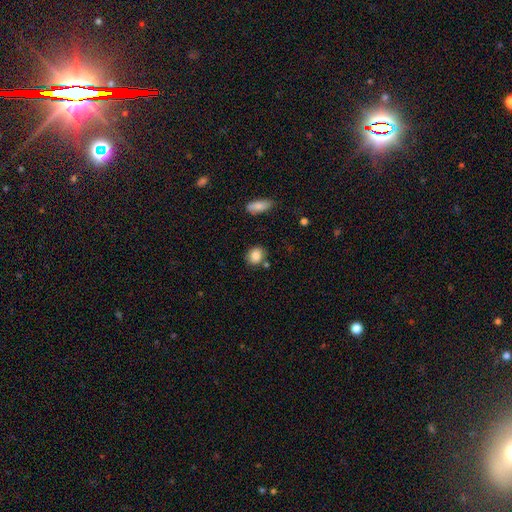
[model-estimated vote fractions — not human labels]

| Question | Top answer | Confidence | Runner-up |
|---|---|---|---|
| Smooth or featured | smooth | 85% | star or artifact (8%) |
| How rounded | round | 62% | in between (37%) |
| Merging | none | 78% | minor disturbance (13%) |